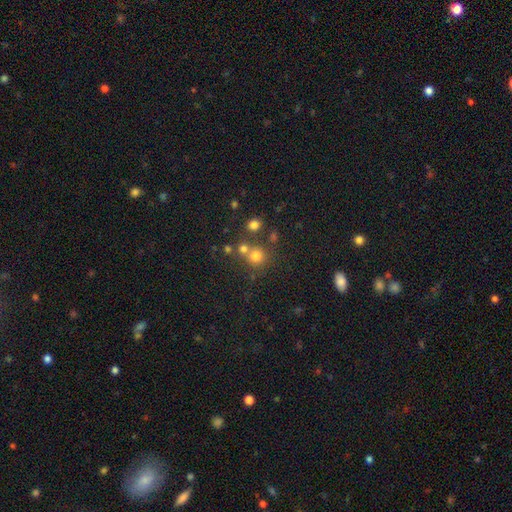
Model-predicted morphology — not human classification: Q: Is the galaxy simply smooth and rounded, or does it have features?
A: smooth — 72%.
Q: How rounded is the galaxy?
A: round — 89%.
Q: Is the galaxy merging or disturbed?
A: none — 60%.